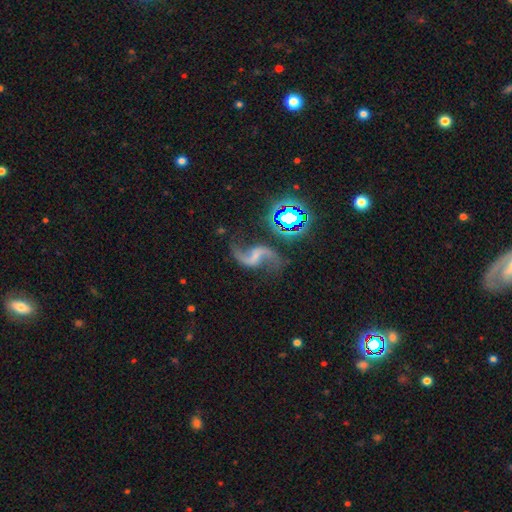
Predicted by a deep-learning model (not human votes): Smooth or featured?
  - featured or disk: 84% *
  - star or artifact: 10%
  - smooth: 5%
Edge-on disk?
  - no: 98% *
  - yes: 2%
Bar?
  - weak: 41% *
  - no: 31%
  - strong: 28%
Spiral arms?
  - yes: 96% *
  - no: 4%
Spiral winding?
  - loose: 92% *
  - medium: 6%
  - tight: 2%
Spiral arm count?
  - 2: 94% *
  - 1: 2%
  - can't tell: 1%
  - 3: 1%
  - 4: 1%
  - more than 4: 1%
Bulge size?
  - none: 49% *
  - small: 33%
  - moderate: 13%
  - large: 3%
  - dominant: 2%
Merging?
  - none: 71% *
  - minor disturbance: 15%
  - major disturbance: 10%
  - merger: 4%